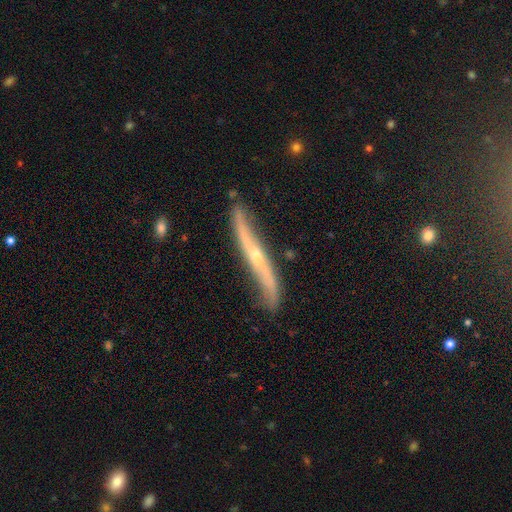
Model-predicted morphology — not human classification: Overall: featured or disk (80%). Edge-on disk: yes (72%). Edge-on bulge: rounded (78%). Merging: none (69%).